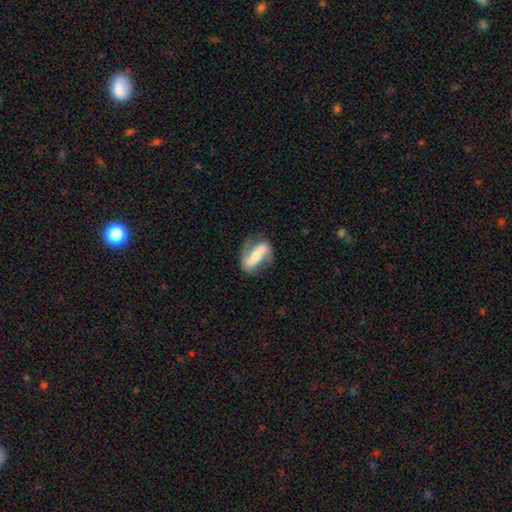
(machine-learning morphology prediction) The model was most divided on "spiral winding": loose: 45%, medium: 35%, tight: 20%. More confident: edge-on disk — no (90%); spiral arm count — 2 (87%); spiral arms — yes (86%); smooth or featured — featured or disk (73%); merging — none (73%); bar — strong (57%); bulge size — moderate (52%).